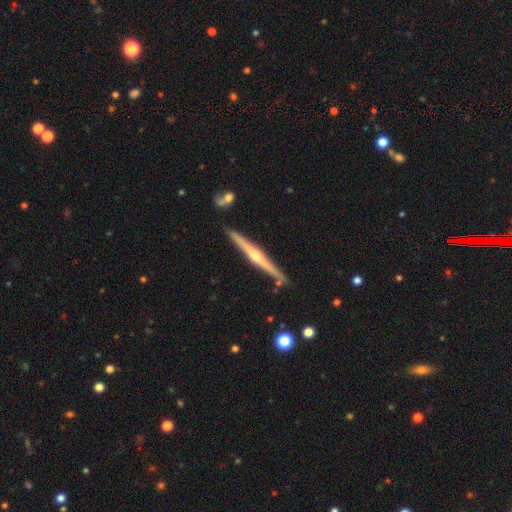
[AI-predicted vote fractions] Smooth or featured?
  - featured or disk: 78% *
  - smooth: 17%
  - star or artifact: 5%
Edge-on disk?
  - yes: 98% *
  - no: 2%
Edge-on bulge?
  - rounded: 84% *
  - none: 11%
  - boxy: 5%
Merging?
  - none: 87% *
  - minor disturbance: 8%
  - merger: 3%
  - major disturbance: 2%